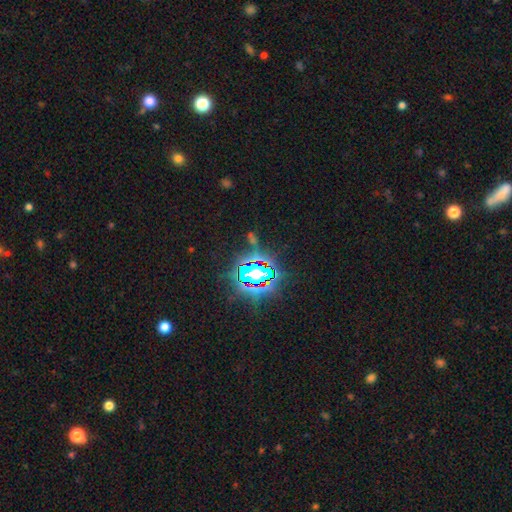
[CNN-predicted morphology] Smooth or featured?
  - star or artifact: 81% *
  - smooth: 11%
  - featured or disk: 8%